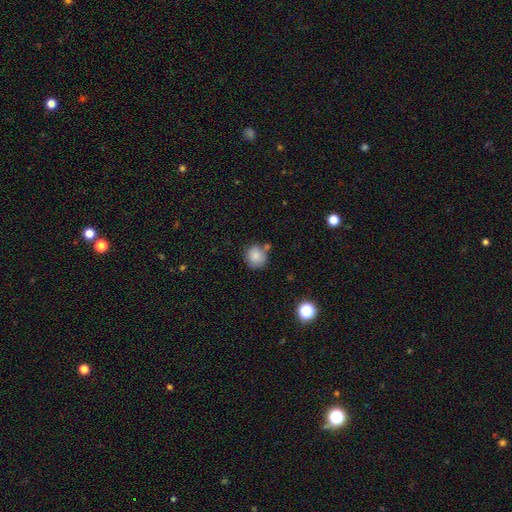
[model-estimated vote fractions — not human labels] The model was most divided on "merging": none: 68%, minor disturbance: 15%, merger: 13%, major disturbance: 4%. More confident: how rounded — round (87%); smooth or featured — smooth (84%).